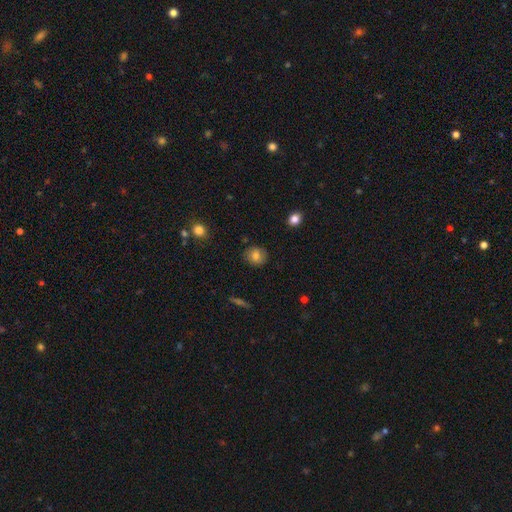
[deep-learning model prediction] smooth-or-featured: smooth: 79% | featured or disk: 12% | star or artifact: 10%
  how-rounded: round: 80% | in between: 19% | cigar-shaped: 1%
  merging: none: 87% | minor disturbance: 10% | major disturbance: 2% | merger: 1%